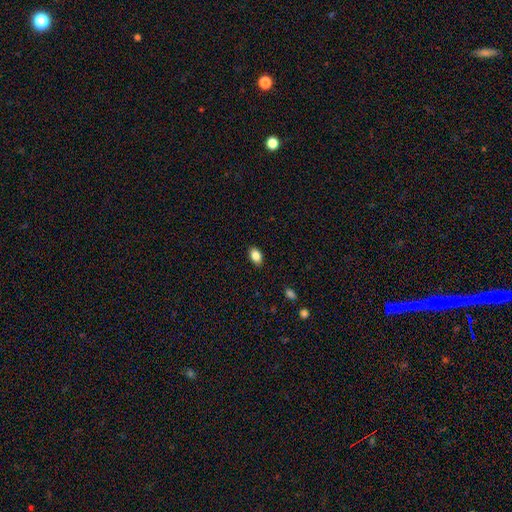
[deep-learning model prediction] Smooth or featured?
  - smooth: 87% *
  - star or artifact: 8%
  - featured or disk: 5%
How rounded?
  - in between: 88% *
  - round: 10%
  - cigar-shaped: 2%
Merging?
  - none: 89% *
  - minor disturbance: 8%
  - major disturbance: 2%
  - merger: 1%